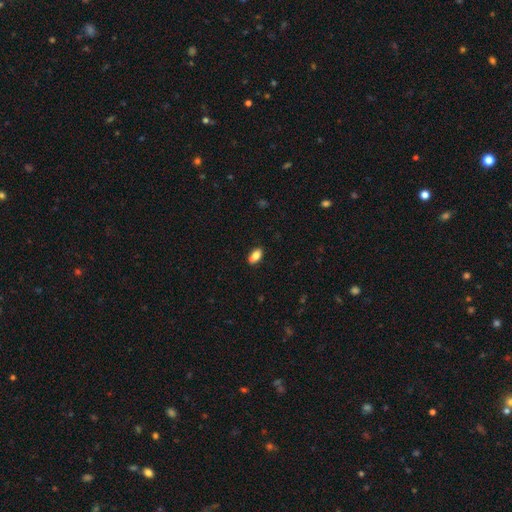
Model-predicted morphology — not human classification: Smooth or featured?
  - smooth: 82% *
  - featured or disk: 10%
  - star or artifact: 7%
How rounded?
  - in between: 90% *
  - cigar-shaped: 6%
  - round: 4%
Merging?
  - none: 85% *
  - minor disturbance: 11%
  - major disturbance: 2%
  - merger: 1%